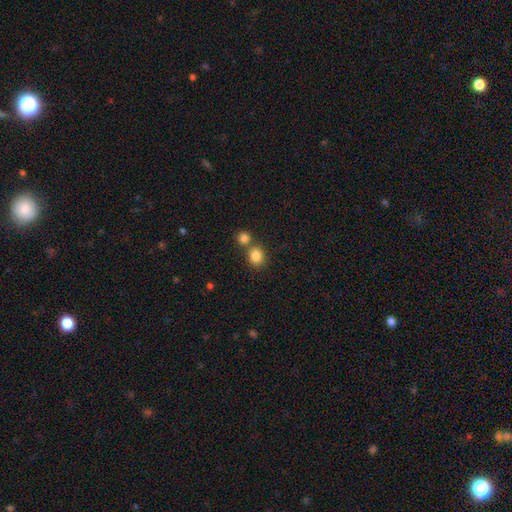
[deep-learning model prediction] This appears to be a smooth galaxy with no disk features (84%) that is round (77%). Merging: none (60%).